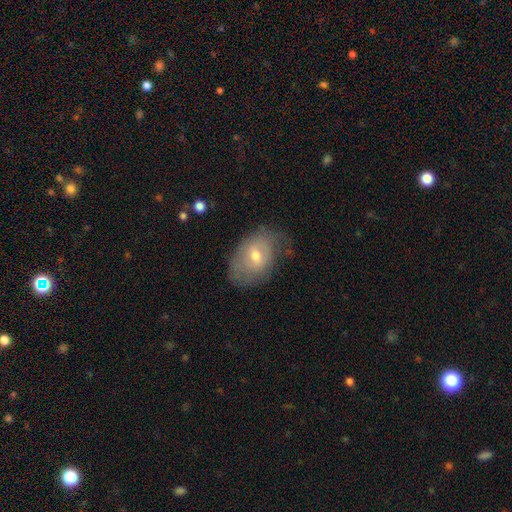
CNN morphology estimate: Smooth or featured? Predicted: smooth (p=0.49). Merging? Predicted: none (p=0.54).